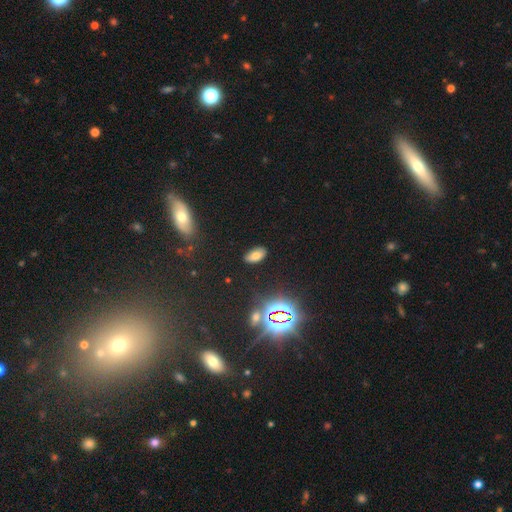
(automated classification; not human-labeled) smooth 66%, star or artifact 24%, featured or disk 10%. Down the decision tree: how rounded — in between (92%); merging — none (87%).